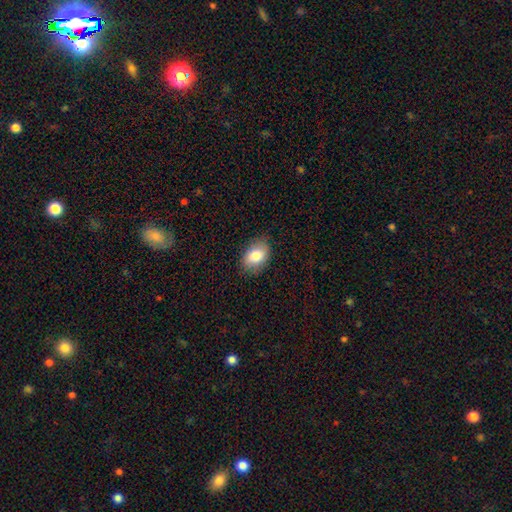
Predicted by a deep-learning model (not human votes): Overall: smooth (79%). How rounded: in between (83%). Merging: none (83%).